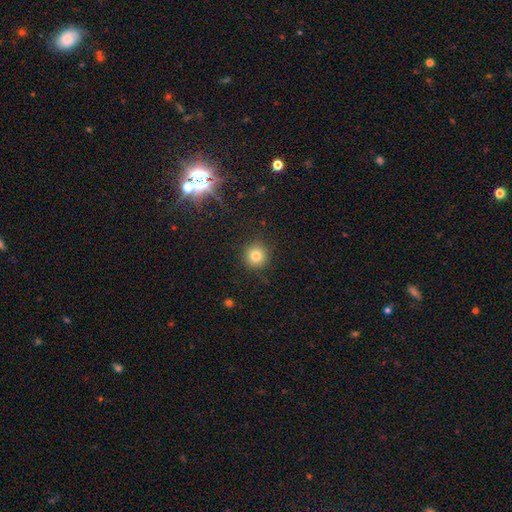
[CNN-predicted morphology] This is likely a smooth galaxy (80%). How rounded: clearly round (93%). Merging: clearly none (89%).